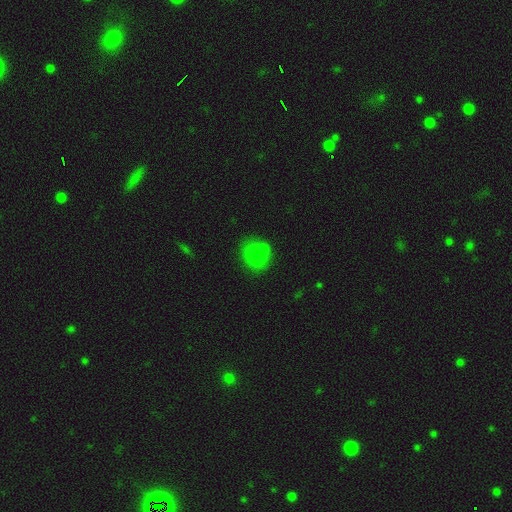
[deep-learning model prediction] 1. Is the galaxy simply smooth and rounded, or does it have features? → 76% smooth, 13% star or artifact, 11% featured or disk.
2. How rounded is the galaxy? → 66% round, 33% in between, 1% cigar-shaped.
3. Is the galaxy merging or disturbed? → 56% none, 21% merger, 16% minor disturbance, 7% major disturbance.